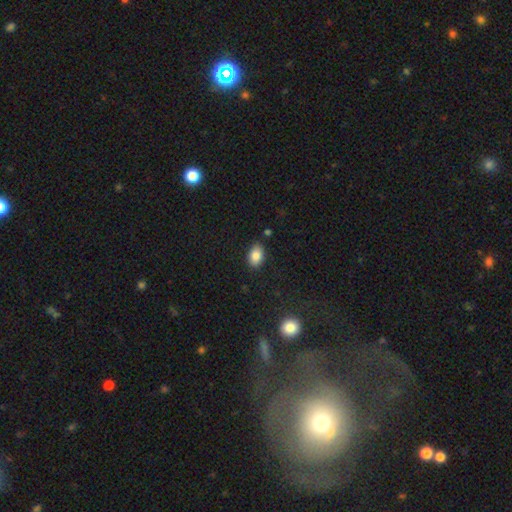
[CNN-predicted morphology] Q: Smooth or featured?
A: smooth (85%); runner-up: star or artifact (9%)
Q: How rounded?
A: in between (88%); runner-up: round (11%)
Q: Merging?
A: none (83%); runner-up: minor disturbance (12%)